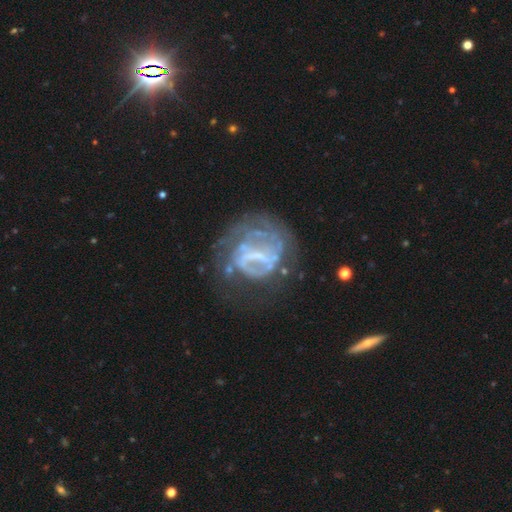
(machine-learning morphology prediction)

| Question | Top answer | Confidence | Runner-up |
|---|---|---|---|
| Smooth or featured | featured or disk | 74% | smooth (15%) |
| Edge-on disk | no | 97% | yes (3%) |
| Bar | weak | 38% | strong (33%) |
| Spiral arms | yes | 52% | no (48%) |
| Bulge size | none | 53% | small (29%) |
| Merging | none | 44% | major disturbance (33%) |